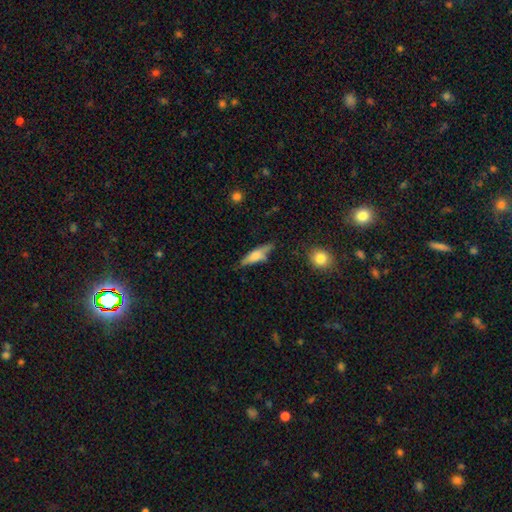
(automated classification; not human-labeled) Smooth or featured: smooth — 60% (featured or disk — 33%)
How rounded: cigar-shaped — 61% (in between — 36%)
Merging: none — 66% (minor disturbance — 24%)